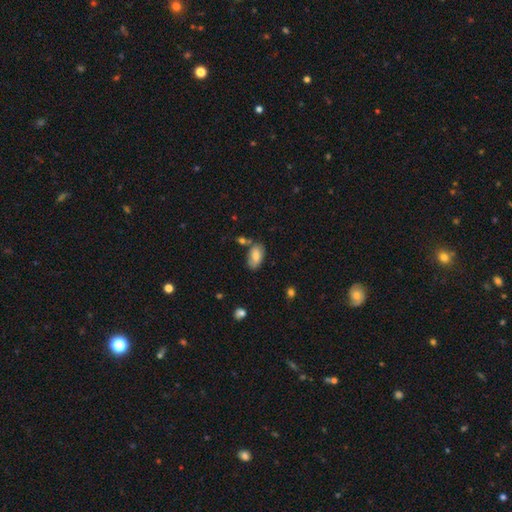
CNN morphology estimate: Smooth or featured? smooth (75%)
How rounded? in between (93%)
Merging? none (61%)